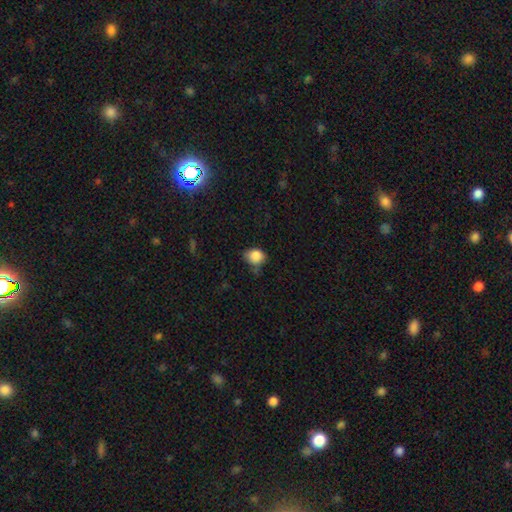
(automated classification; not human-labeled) The model was most divided on "merging": none: 54%, minor disturbance: 34%, major disturbance: 8%, merger: 5%. More confident: smooth or featured — smooth (85%); how rounded — round (60%).